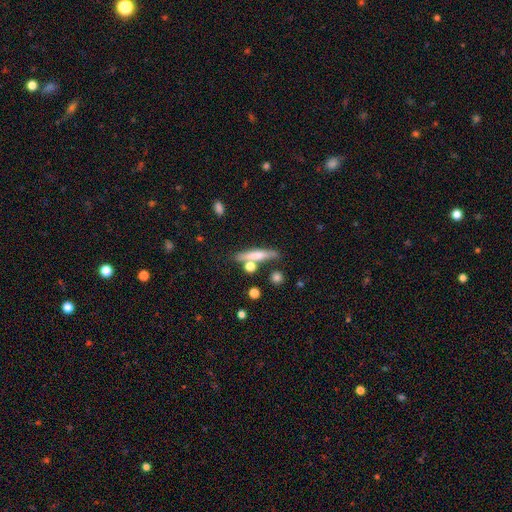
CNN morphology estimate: Smooth or featured?
  - smooth: 60% *
  - featured or disk: 32%
  - star or artifact: 8%
How rounded?
  - cigar-shaped: 85% *
  - in between: 12%
  - round: 4%
Merging?
  - none: 70% *
  - merger: 13%
  - minor disturbance: 13%
  - major disturbance: 4%